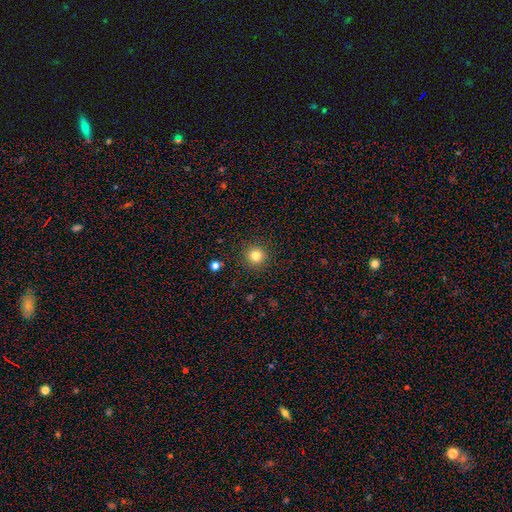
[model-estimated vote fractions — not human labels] Morphology: type=smooth (81%); roundness=round (95%); merging=none (92%).